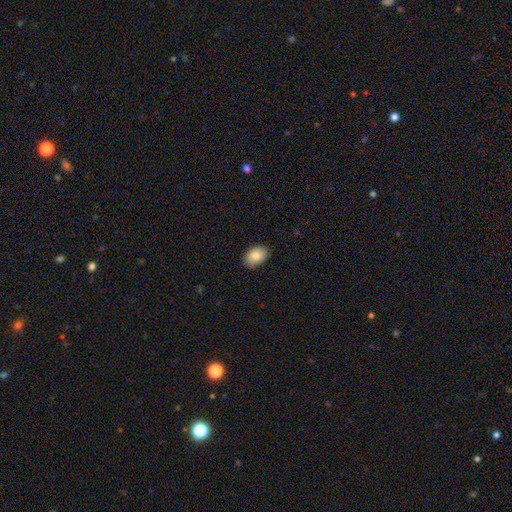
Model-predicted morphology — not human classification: Smooth or featured: smooth — 86% (star or artifact — 7%)
How rounded: in between — 82% (round — 17%)
Merging: none — 87% (minor disturbance — 10%)